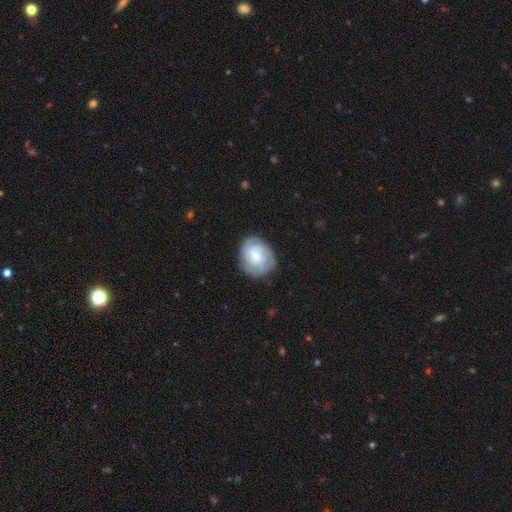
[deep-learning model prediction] A featured or disk galaxy (54%) with no bar (62%), spiral arms (87%) and a small central bulge (49%).

Vote fractions:
- Smooth or featured? featured or disk: 54% / smooth: 39% / star or artifact: 7%
- Edge-on disk? no: 98% / yes: 2%
- Bar? no: 62% / weak: 33% / strong: 5%
- Spiral arms? yes: 87% / no: 13%
- Bulge size? small: 49% / moderate: 35% / large: 7% / none: 7% / dominant: 2%
- Merging? none: 76% / minor disturbance: 17% / major disturbance: 6% / merger: 1%